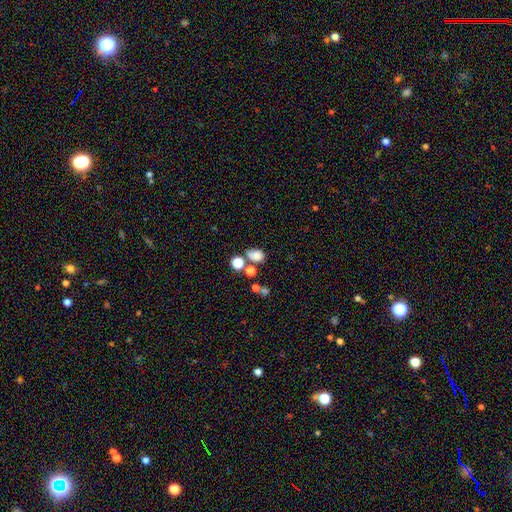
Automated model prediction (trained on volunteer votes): This appears to be a smooth galaxy with no disk features (77%) that is in between round and cigar-shaped (64%). Merging: none (53%).